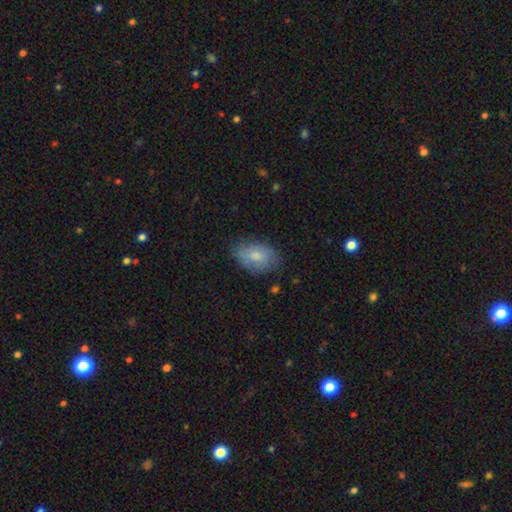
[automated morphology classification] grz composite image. It shows a smooth galaxy with no disk features (73%) that is in between round and cigar-shaped (89%). Merging: none (69%).